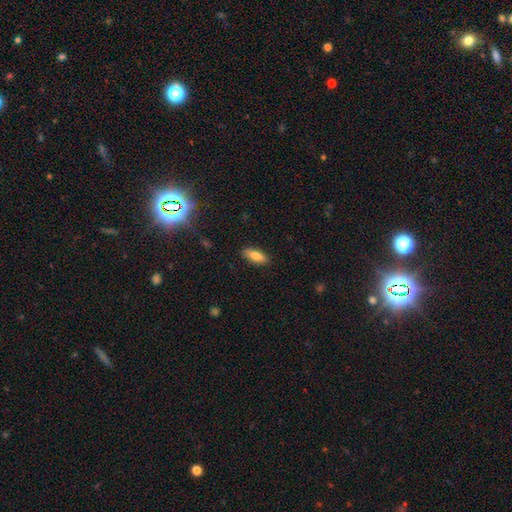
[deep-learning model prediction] Smooth or featured?
  - smooth: 80% *
  - featured or disk: 12%
  - star or artifact: 8%
How rounded?
  - in between: 72% *
  - cigar-shaped: 26%
  - round: 2%
Merging?
  - none: 88% *
  - minor disturbance: 9%
  - major disturbance: 2%
  - merger: 1%